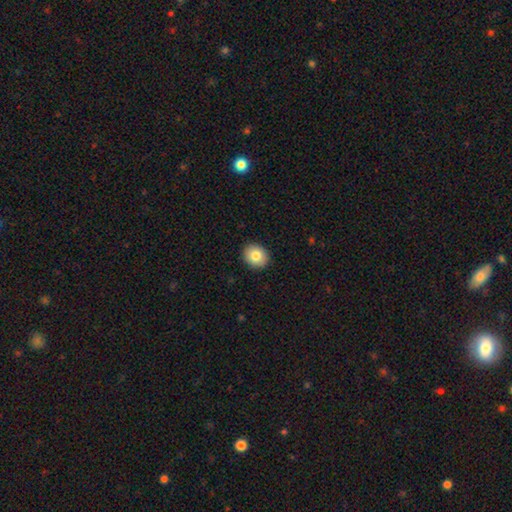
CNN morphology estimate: smooth 82%, featured or disk 9%, star or artifact 8%. Down the decision tree: how rounded — round (62%); merging — none (91%).